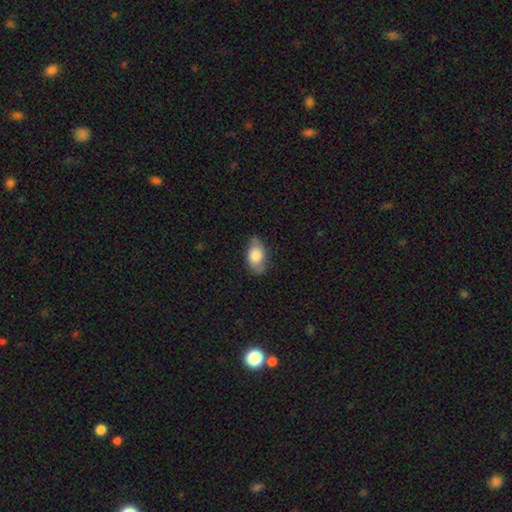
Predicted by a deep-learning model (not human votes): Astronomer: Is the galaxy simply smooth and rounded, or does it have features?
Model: smooth — 75%.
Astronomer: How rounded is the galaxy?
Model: in between — 90%.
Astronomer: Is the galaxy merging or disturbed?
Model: none — 74%.